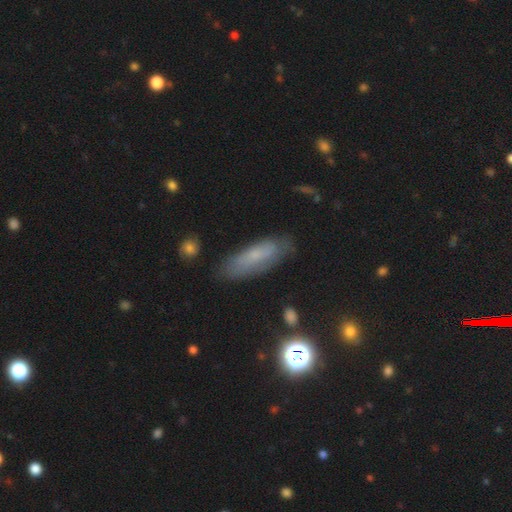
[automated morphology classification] A smooth galaxy with no disk features (55%) that is in between round and cigar-shaped (50%). Merging: none (76%).